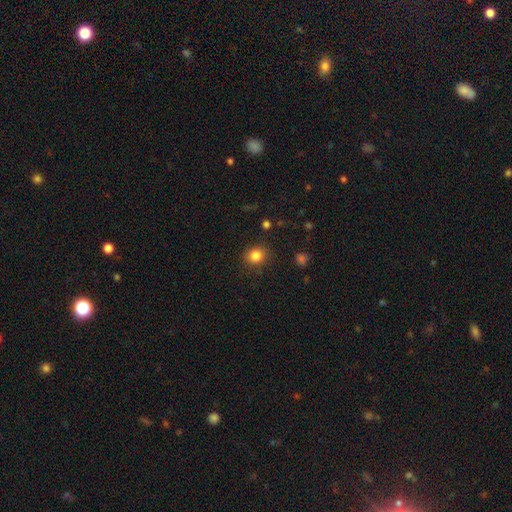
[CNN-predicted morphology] Smooth or featured? Predicted: smooth (p=0.83). How rounded? Predicted: round (p=0.79). Merging? Predicted: none (p=0.87).